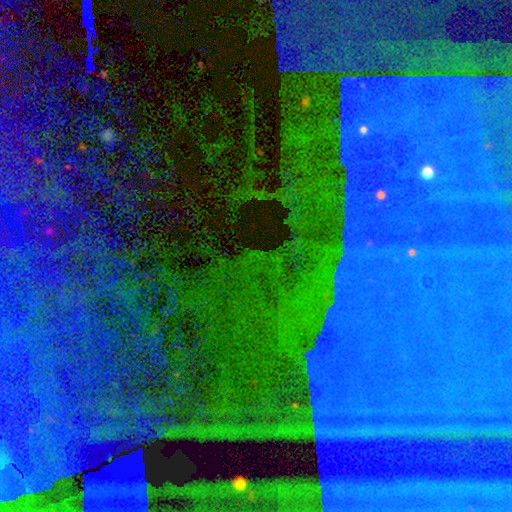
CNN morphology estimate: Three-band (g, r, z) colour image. It shows a star or artifact, not a galaxy (84%).